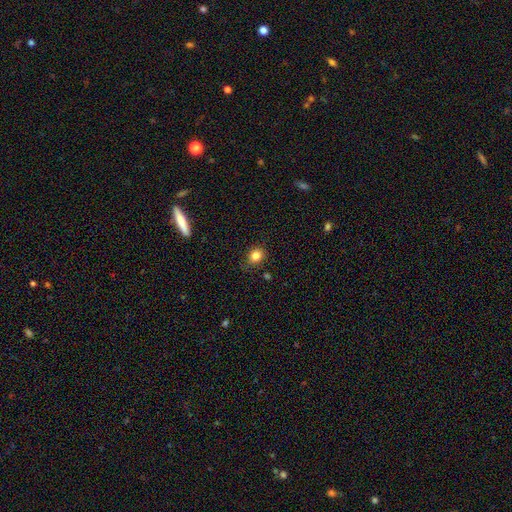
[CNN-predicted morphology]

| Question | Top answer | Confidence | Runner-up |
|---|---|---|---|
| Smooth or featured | smooth | 83% | star or artifact (11%) |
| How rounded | round | 67% | in between (32%) |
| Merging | none | 82% | minor disturbance (14%) |